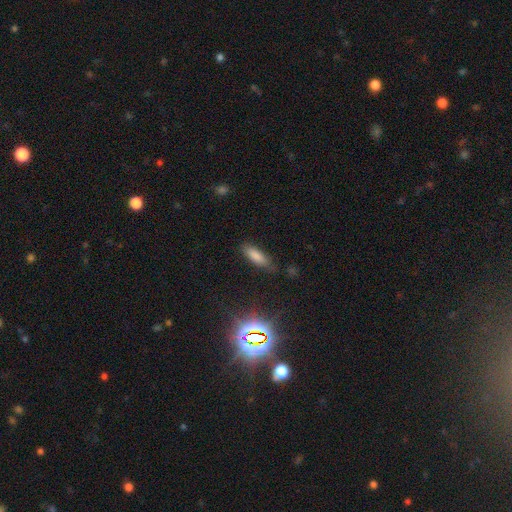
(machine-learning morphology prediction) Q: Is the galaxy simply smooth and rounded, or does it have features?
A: smooth — 76%.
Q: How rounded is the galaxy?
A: in between — 51%.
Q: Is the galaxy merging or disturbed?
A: none — 77%.